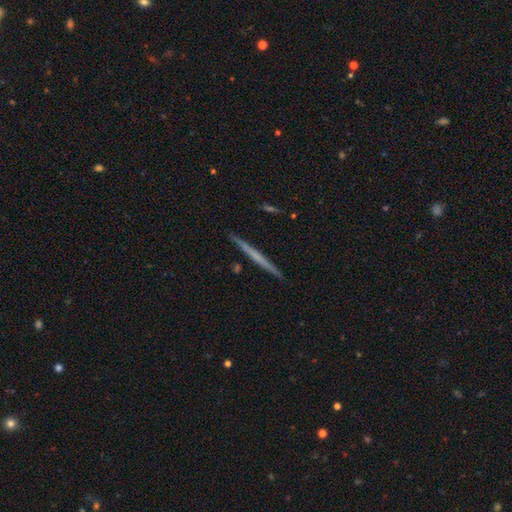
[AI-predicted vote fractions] Q: Smooth or featured?
A: featured or disk (55%); runner-up: smooth (39%)
Q: Edge-on disk?
A: yes (98%); runner-up: no (2%)
Q: Edge-on bulge?
A: none (88%); runner-up: rounded (8%)
Q: Merging?
A: none (92%); runner-up: minor disturbance (5%)